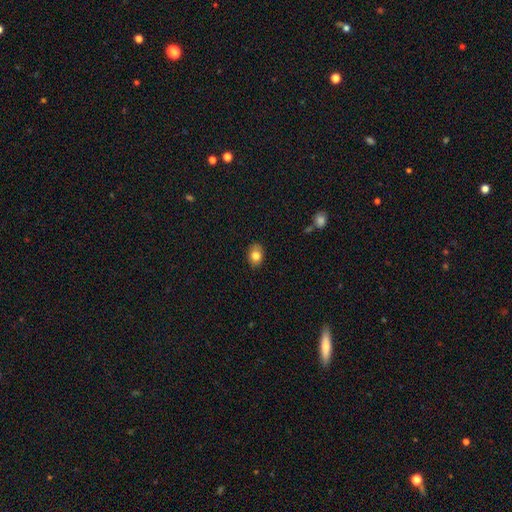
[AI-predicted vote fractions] Overall: smooth (81%). How rounded: in between (67%; round 32%). Merging: none (86%).